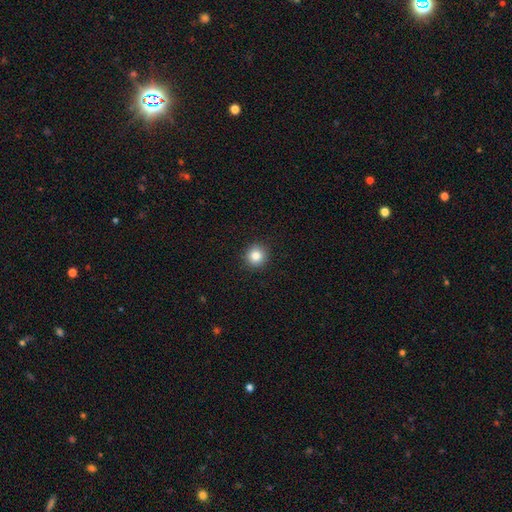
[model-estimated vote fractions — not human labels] The model was most divided on "smooth or featured": smooth: 84%, star or artifact: 10%, featured or disk: 6%. More confident: how rounded — round (94%); merging — none (92%).